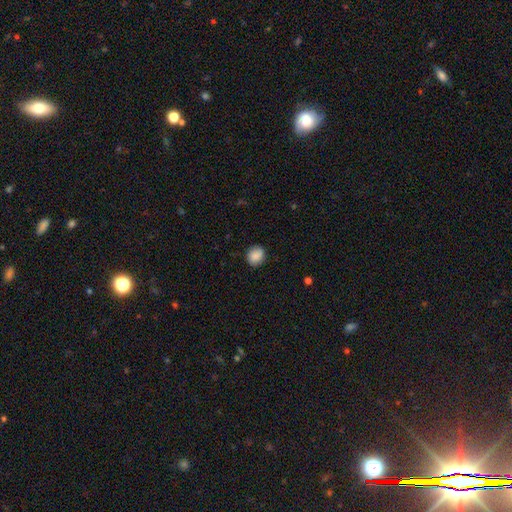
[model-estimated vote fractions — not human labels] Q: Smooth or featured?
A: smooth (86%); runner-up: star or artifact (8%)
Q: How rounded?
A: round (73%); runner-up: in between (26%)
Q: Merging?
A: none (83%); runner-up: minor disturbance (13%)